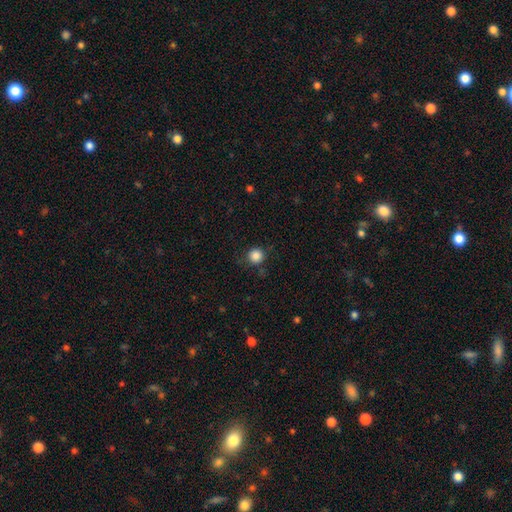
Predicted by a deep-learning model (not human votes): Overall: smooth (86%). How rounded: round (94%). Merging: none (85%).